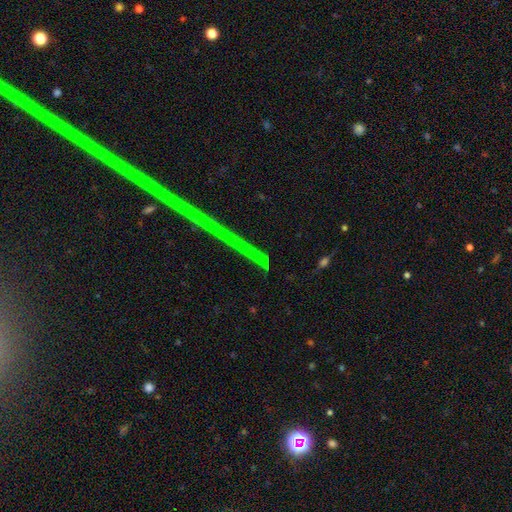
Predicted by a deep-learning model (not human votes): Morphology: type=star or artifact (67%).